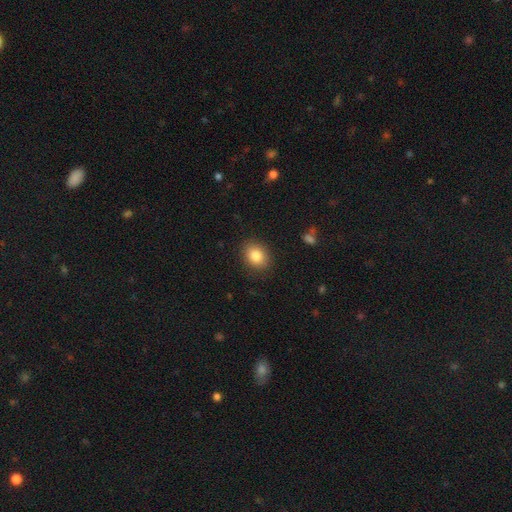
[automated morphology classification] Smooth or featured? Predicted: smooth (p=0.85). How rounded? Predicted: in between (p=0.56). Merging? Predicted: none (p=0.86).